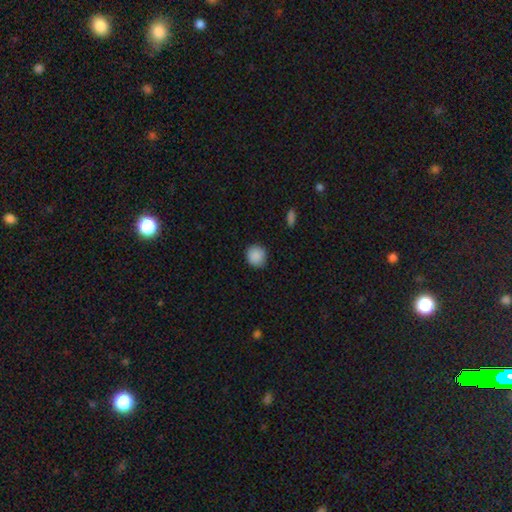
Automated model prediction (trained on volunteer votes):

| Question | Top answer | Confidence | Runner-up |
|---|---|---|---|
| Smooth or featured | smooth | 89% | star or artifact (8%) |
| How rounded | round | 88% | in between (11%) |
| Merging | none | 87% | minor disturbance (10%) |